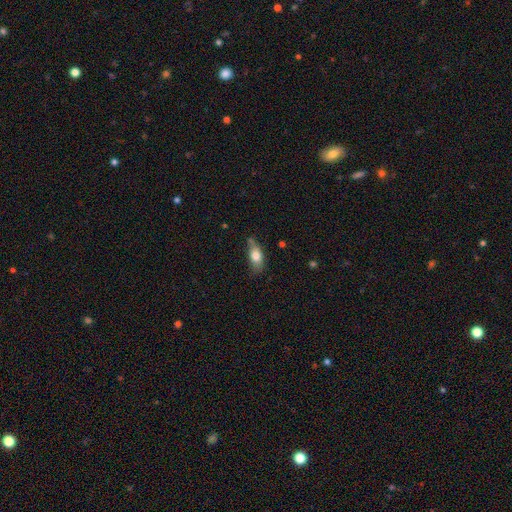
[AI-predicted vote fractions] smooth 77%, featured or disk 16%, star or artifact 7%. Down the decision tree: how rounded — in between (84%); merging — none (52%).